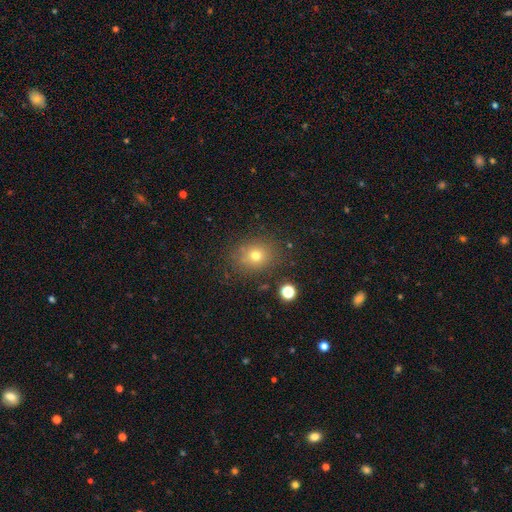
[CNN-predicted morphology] A smooth galaxy with no disk features (72%) that is round (64%).

Vote fractions:
- Smooth or featured? smooth: 72% / star or artifact: 16% / featured or disk: 12%
- How rounded? round: 64% / in between: 35% / cigar-shaped: 1%
- Merging? none: 81% / minor disturbance: 12% / major disturbance: 5% / merger: 3%